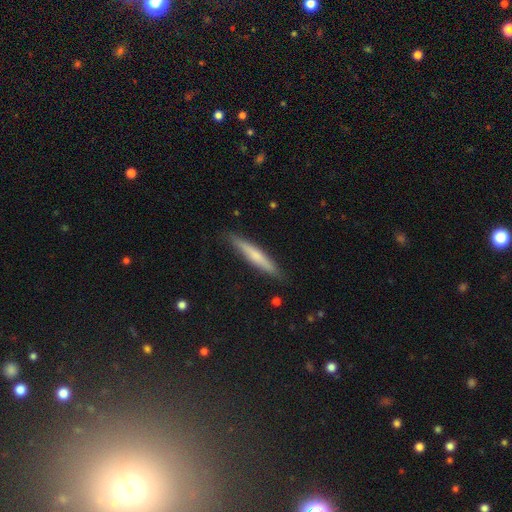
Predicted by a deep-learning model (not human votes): Q: Smooth or featured?
A: smooth (58%); runner-up: featured or disk (36%)
Q: How rounded?
A: cigar-shaped (94%); runner-up: in between (5%)
Q: Merging?
A: none (88%); runner-up: minor disturbance (9%)